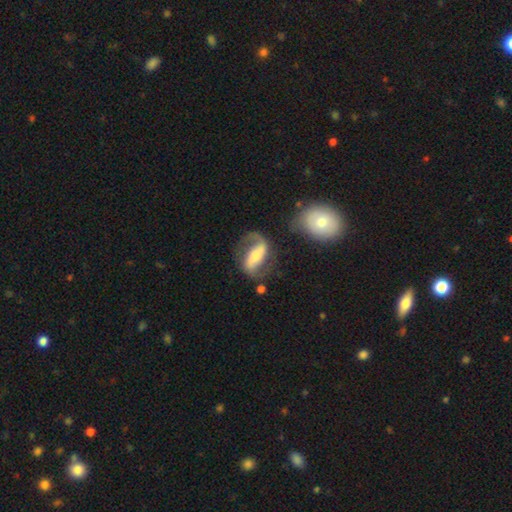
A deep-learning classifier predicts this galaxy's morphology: type=featured or disk (79%); edge-on=no (94%); bar=strong (55%); spiral arms=yes (92%); winding=loose (50%); arm count=2 (83%); bulge=moderate (48%); merging=none (60%).